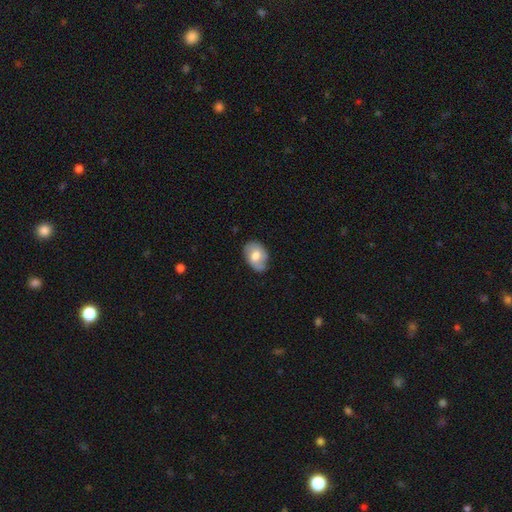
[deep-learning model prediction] This appears to be a smooth galaxy with no disk features (65%) that is in between round and cigar-shaped (82%). Merging: none (66%).